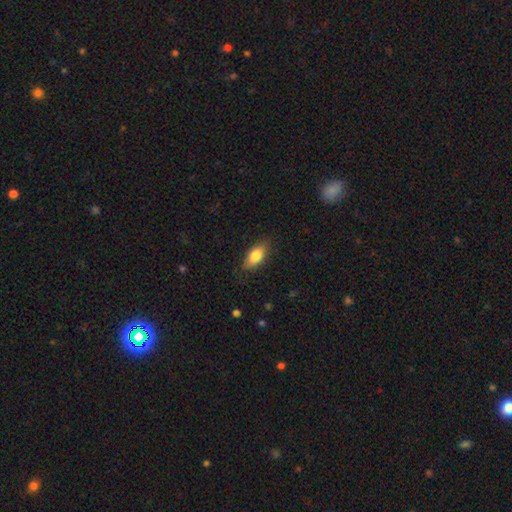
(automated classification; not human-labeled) This appears to be a smooth galaxy with no disk features (82%) that is in between round and cigar-shaped (88%). Merging: none (82%).